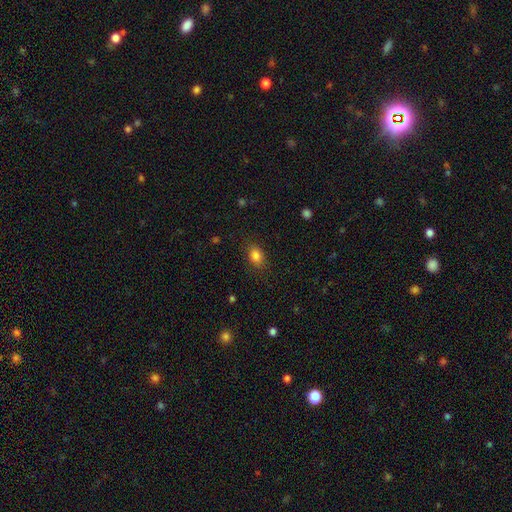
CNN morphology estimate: A smooth galaxy with no disk features (84%) that is in between round and cigar-shaped (77%). Merging: none (84%).